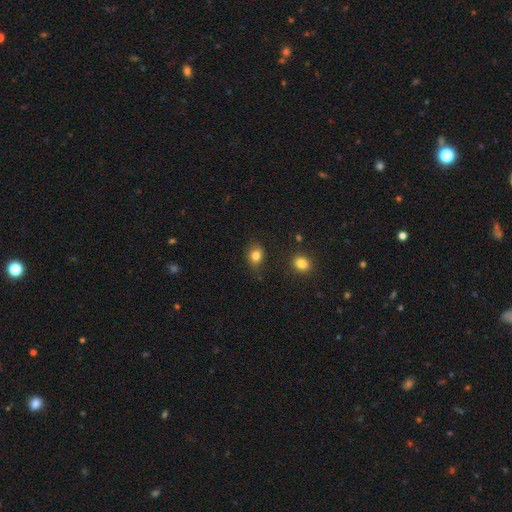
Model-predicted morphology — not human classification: type=smooth (81%); roundness=in between (50%); merging=none (72%).